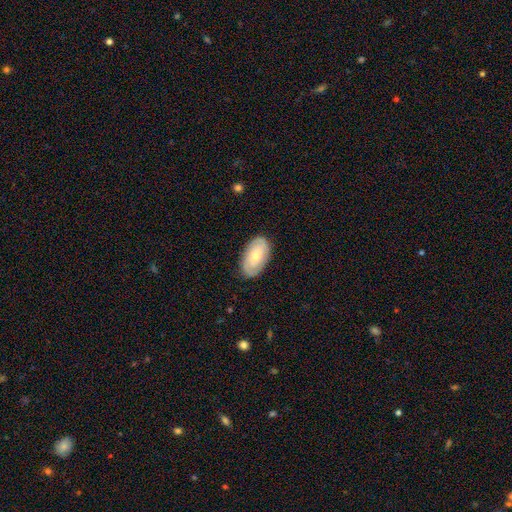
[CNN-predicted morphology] The model was most divided on "smooth or featured": featured or disk: 52%, smooth: 42%, star or artifact: 6%. More confident: edge-on disk — no (94%); merging — none (84%).